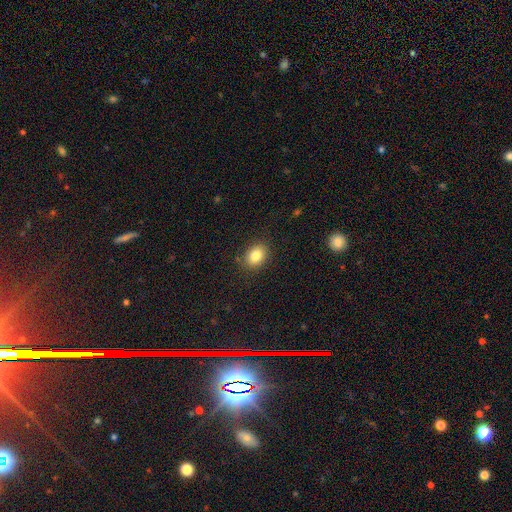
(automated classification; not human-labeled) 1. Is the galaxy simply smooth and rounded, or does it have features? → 83% smooth, 9% star or artifact, 7% featured or disk.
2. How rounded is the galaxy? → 65% in between, 34% round, 1% cigar-shaped.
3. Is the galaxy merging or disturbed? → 85% none, 11% minor disturbance, 3% major disturbance, 1% merger.